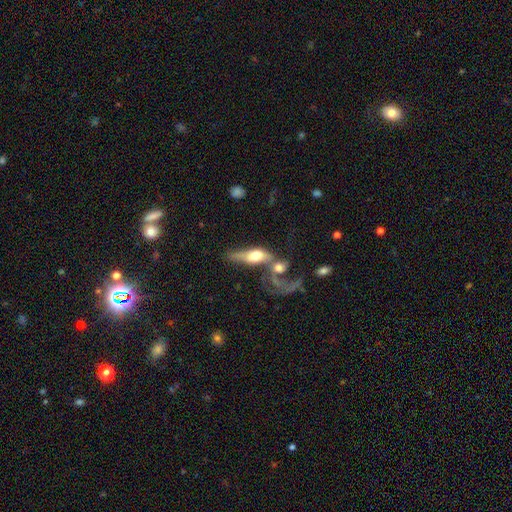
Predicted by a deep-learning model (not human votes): smooth-or-featured: featured or disk: 51% | smooth: 40% | star or artifact: 9%
  disk-edge-on: no: 55% | yes: 45%
  merging: merger: 62% | major disturbance: 18% | none: 12% | minor disturbance: 7%